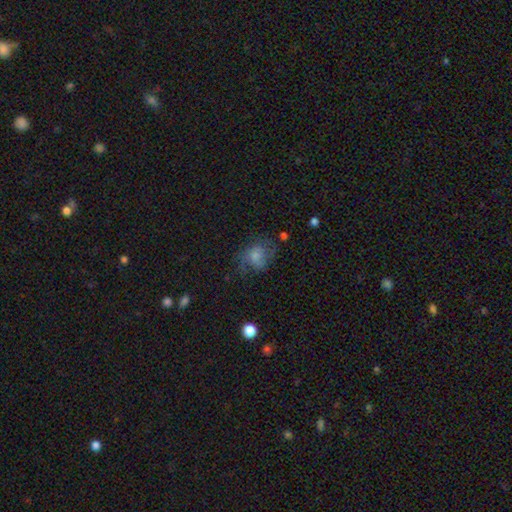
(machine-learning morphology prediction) This is possibly a smooth galaxy (51%). How rounded: possibly round (51%). Merging: possibly none (48%).